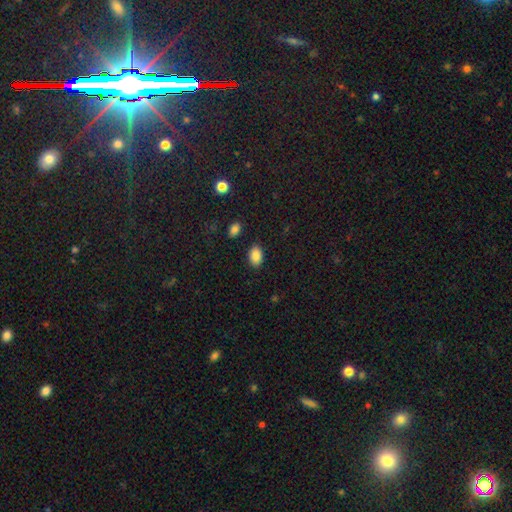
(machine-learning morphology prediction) This appears to be a smooth galaxy with no disk features (88%) that is in between round and cigar-shaped (88%). Merging: none (86%).